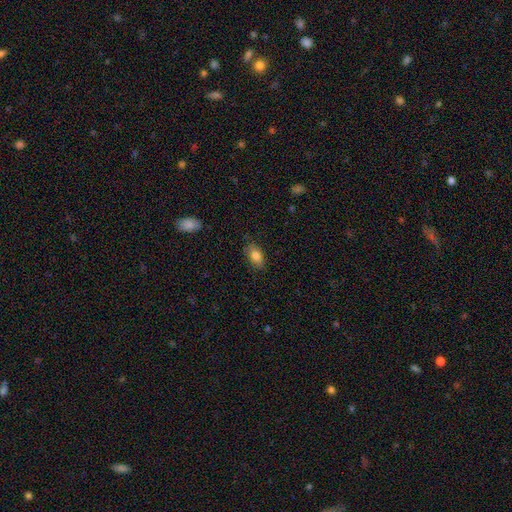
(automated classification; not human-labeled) smooth 83%, featured or disk 9%, star or artifact 8%. Down the decision tree: how rounded — in between (88%); merging — none (82%).